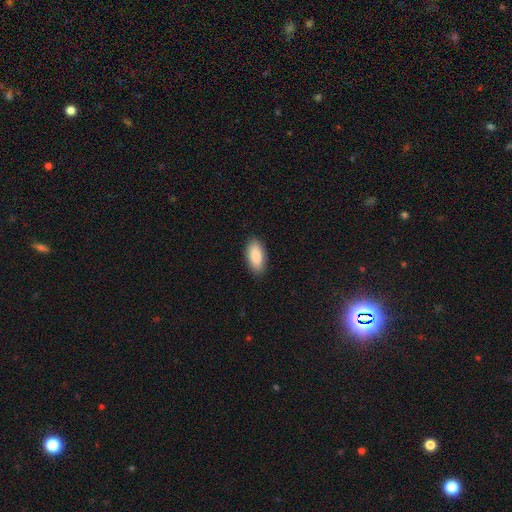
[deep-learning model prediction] A smooth galaxy with no disk features (86%) that is in between round and cigar-shaped (90%).

Vote fractions:
- Smooth or featured? smooth: 86% / featured or disk: 8% / star or artifact: 6%
- How rounded? in between: 90% / cigar-shaped: 8% / round: 2%
- Merging? none: 89% / minor disturbance: 8% / major disturbance: 2% / merger: 1%